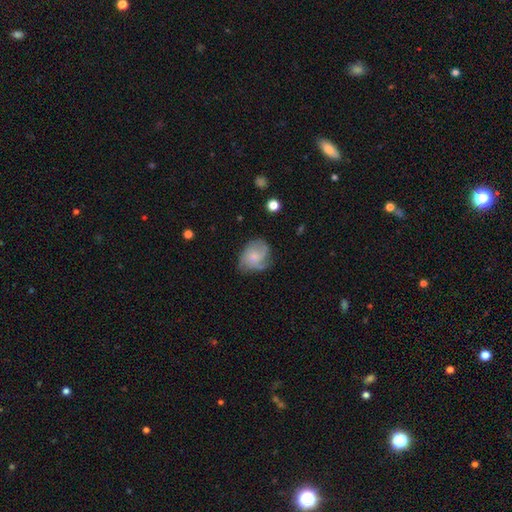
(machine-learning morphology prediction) smooth_or_featured: featured or disk (p=0.54) [alt: smooth p=0.38]
disk_edge_on: no (p=0.98) [alt: yes p=0.02]
bar: no (p=0.76) [alt: weak p=0.21]
has_spiral_arms: yes (p=0.86) [alt: no p=0.14]
bulge_size: small (p=0.43) [alt: moderate p=0.29]
merging: none (p=0.57) [alt: minor disturbance p=0.27]